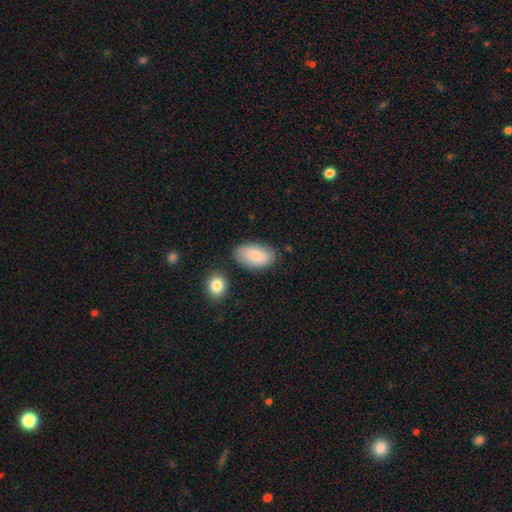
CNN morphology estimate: A smooth galaxy with no disk features (85%) that is in between round and cigar-shaped (94%). Merging: none (75%).